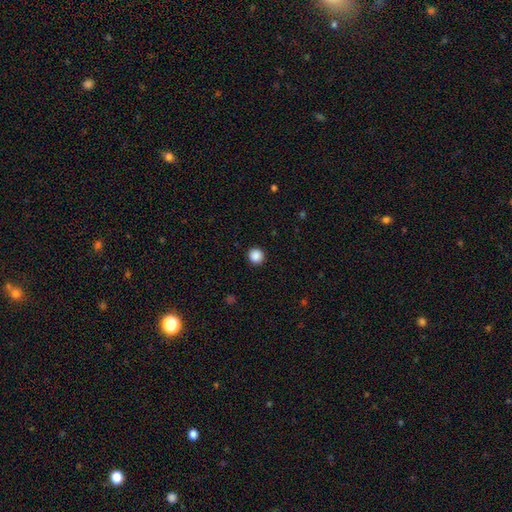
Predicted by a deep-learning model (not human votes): Overall: smooth (88%). How rounded: round (94%). Merging: none (93%).